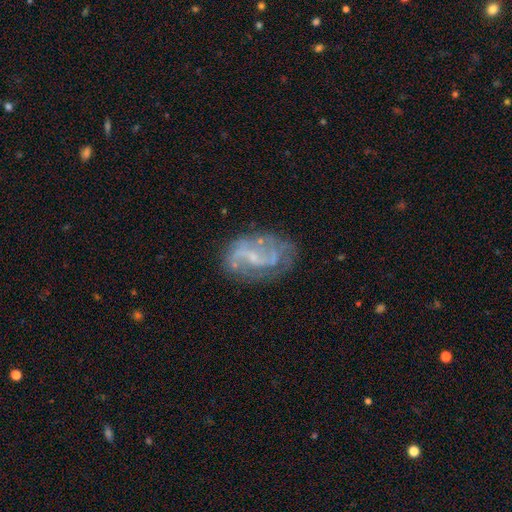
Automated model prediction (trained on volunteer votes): smooth_or_featured: featured or disk (p=0.71) [alt: smooth p=0.17]
disk_edge_on: no (p=0.95) [alt: yes p=0.05]
bar: weak (p=0.45) [alt: no p=0.31]
has_spiral_arms: yes (p=0.72) [alt: no p=0.28]
bulge_size: small (p=0.60) [alt: none p=0.21]
merging: none (p=0.65) [alt: minor disturbance p=0.19]